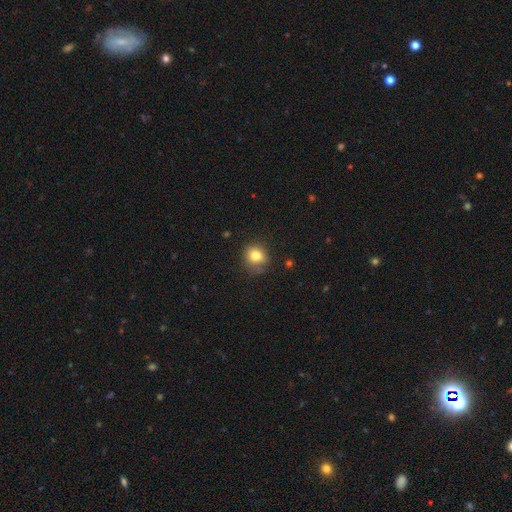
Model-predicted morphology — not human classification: Smooth or featured? Predicted: smooth (p=0.80). How rounded? Predicted: round (p=0.72). Merging? Predicted: none (p=0.74).